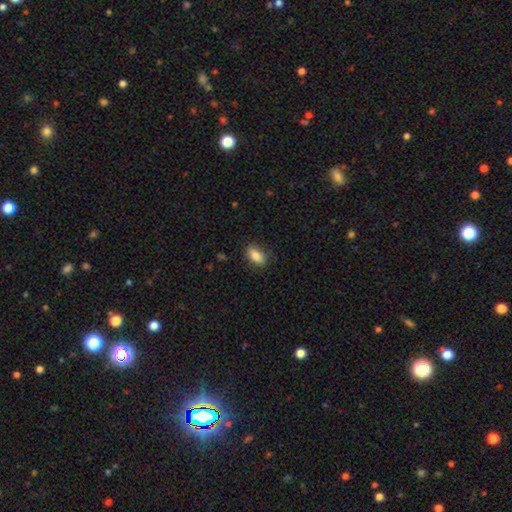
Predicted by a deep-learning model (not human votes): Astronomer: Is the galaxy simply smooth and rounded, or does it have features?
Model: smooth — 85%.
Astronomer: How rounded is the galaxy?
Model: in between — 89%.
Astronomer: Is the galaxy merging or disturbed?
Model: none — 85%.